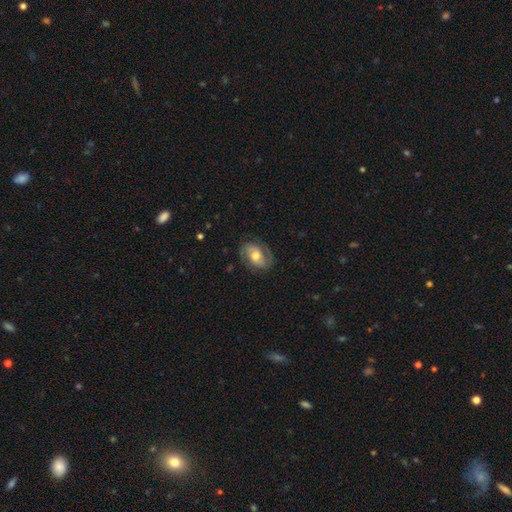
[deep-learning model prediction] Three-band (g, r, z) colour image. It shows a featured or disk galaxy (72%) with no bar (45%), 2 (84%) medium (46%) spiral arms (87%) and a moderate central bulge (69%). Merging: none (76%).